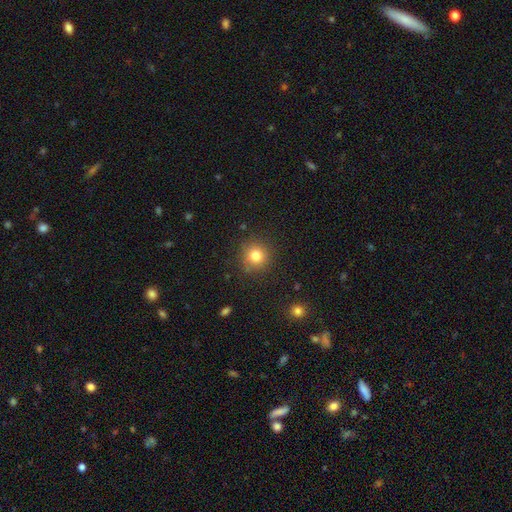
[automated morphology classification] Q: Smooth or featured?
A: smooth (81%); runner-up: star or artifact (12%)
Q: How rounded?
A: round (92%); runner-up: in between (7%)
Q: Merging?
A: none (86%); runner-up: minor disturbance (9%)